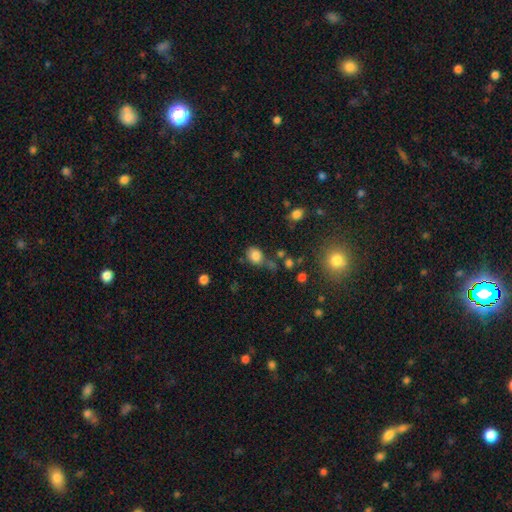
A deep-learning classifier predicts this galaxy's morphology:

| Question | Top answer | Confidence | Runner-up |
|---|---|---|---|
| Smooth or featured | smooth | 82% | star or artifact (11%) |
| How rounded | in between | 51% | round (48%) |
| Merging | none | 60% | minor disturbance (22%) |